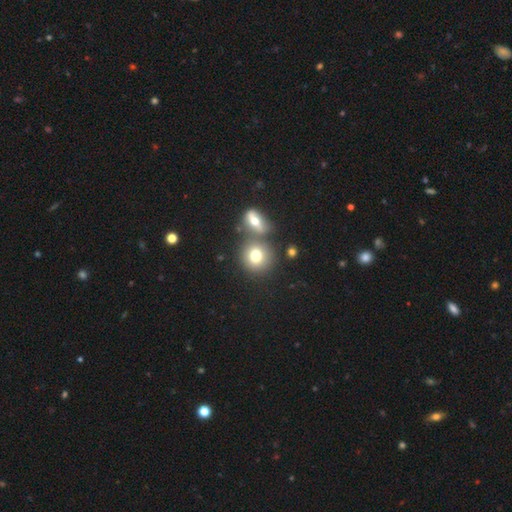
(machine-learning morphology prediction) Smooth or featured?
  - smooth: 74% *
  - featured or disk: 15%
  - star or artifact: 11%
How rounded?
  - round: 86% *
  - in between: 13%
  - cigar-shaped: 1%
Merging?
  - none: 59% *
  - merger: 28%
  - minor disturbance: 9%
  - major disturbance: 4%